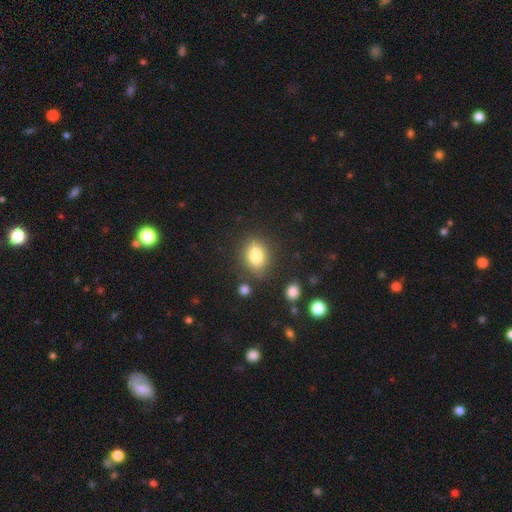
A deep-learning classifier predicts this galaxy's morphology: smooth_or_featured: smooth (p=0.81) [alt: star or artifact p=0.10]
how_rounded: in between (p=0.64) [alt: round p=0.34]
merging: none (p=0.80) [alt: minor disturbance p=0.13]